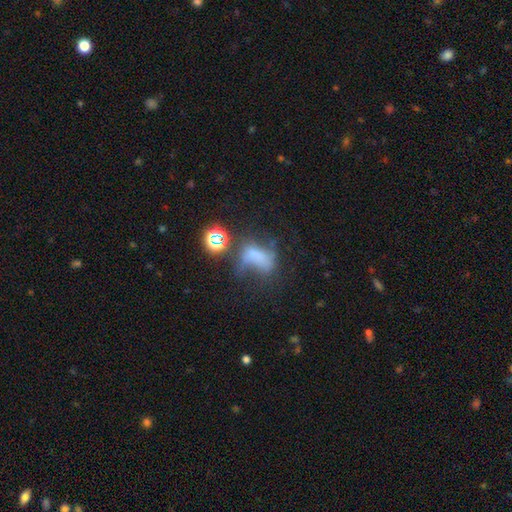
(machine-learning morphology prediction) smooth_or_featured: smooth (p=0.39) [alt: featured or disk p=0.36]
merging: major disturbance (p=0.40) [alt: none p=0.26]